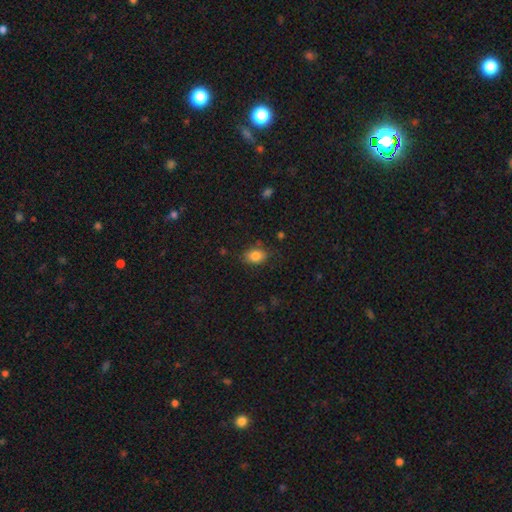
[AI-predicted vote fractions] smooth 83%, star or artifact 10%, featured or disk 7%. Down the decision tree: how rounded — in between (74%); merging — none (78%).